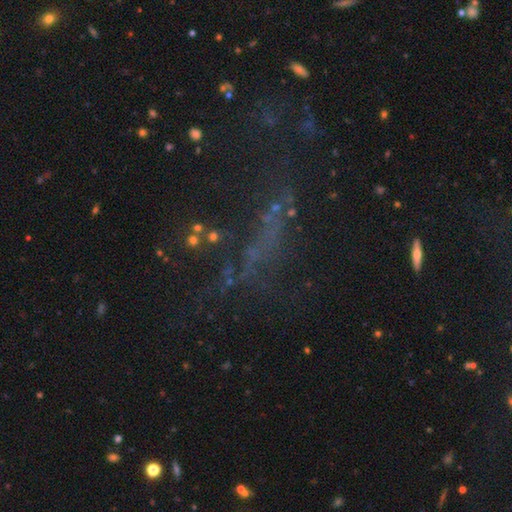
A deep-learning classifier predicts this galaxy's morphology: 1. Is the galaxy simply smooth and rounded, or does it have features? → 45% star or artifact, 28% featured or disk, 27% smooth.